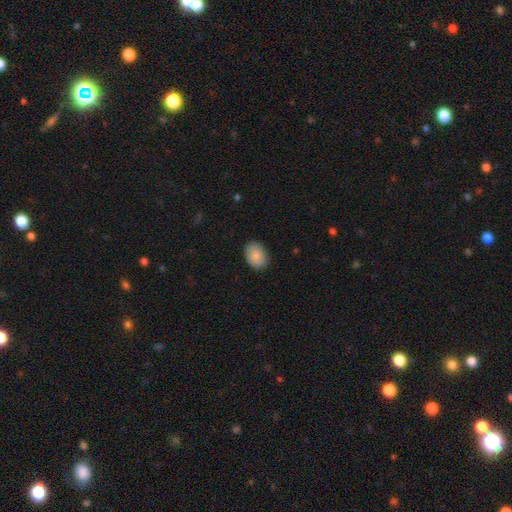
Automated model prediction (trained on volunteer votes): smooth-or-featured: smooth: 88% | star or artifact: 7% | featured or disk: 5%
  how-rounded: in between: 76% | round: 23% | cigar-shaped: 1%
  merging: none: 87% | minor disturbance: 10% | major disturbance: 2% | merger: 1%